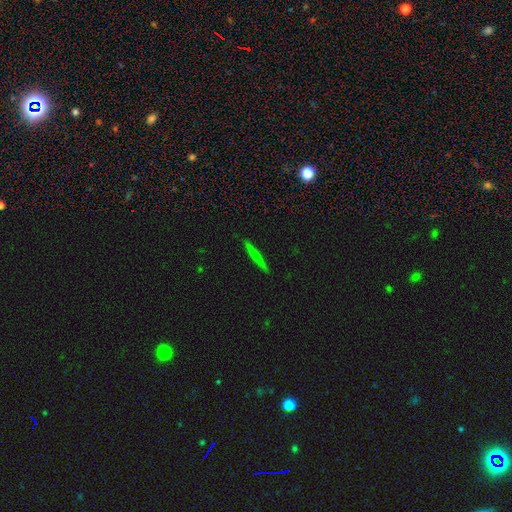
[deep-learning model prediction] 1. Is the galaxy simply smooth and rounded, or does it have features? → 61% smooth, 31% featured or disk, 7% star or artifact.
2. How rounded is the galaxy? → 96% cigar-shaped, 3% in between, 2% round.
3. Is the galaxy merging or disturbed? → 91% none, 6% minor disturbance, 1% major disturbance, 1% merger.